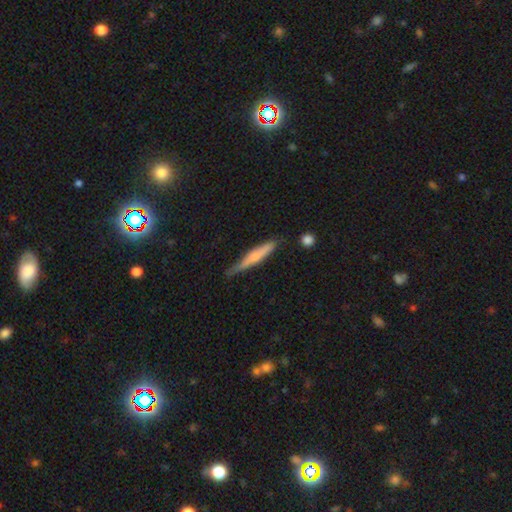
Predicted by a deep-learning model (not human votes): This appears to be a smooth galaxy with no disk features (56%) that is cigar-shaped (92%). Merging: none (68%).